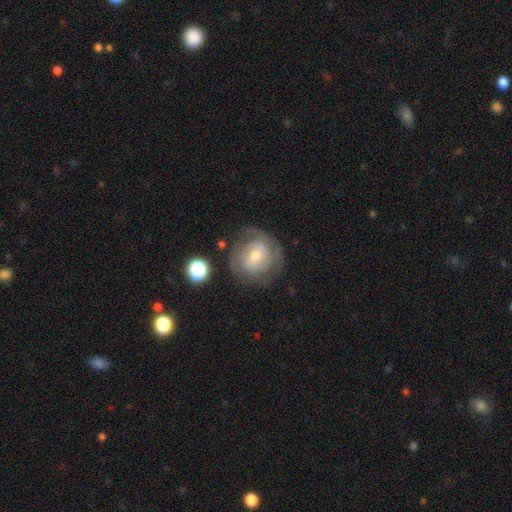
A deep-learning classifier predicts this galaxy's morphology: A featured or disk galaxy (67%) with a weak bar (48%), 2 (45%) tight (57%) spiral arms (82%) and a moderate central bulge (55%). Merging: none (69%).